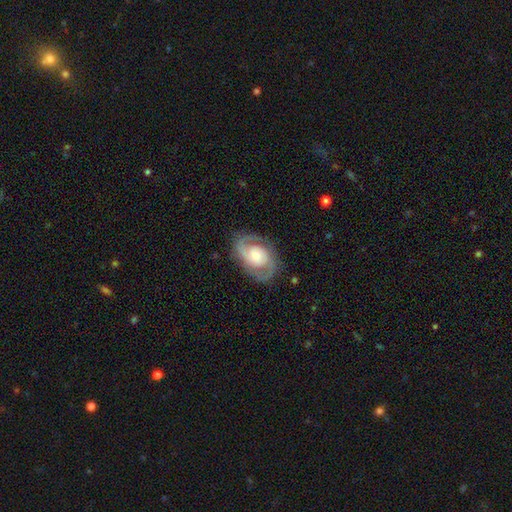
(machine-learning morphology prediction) Smooth or featured: featured or disk — 86% (smooth — 9%)
Edge-on disk: no — 97% (yes — 3%)
Bar: no — 65% (weak — 28%)
Spiral arms: yes — 96% (no — 4%)
Spiral winding: medium — 51% (tight — 35%)
Spiral arm count: 2 — 89% (can't tell — 4%)
Bulge size: moderate — 41% (small — 37%)
Merging: none — 79% (minor disturbance — 13%)